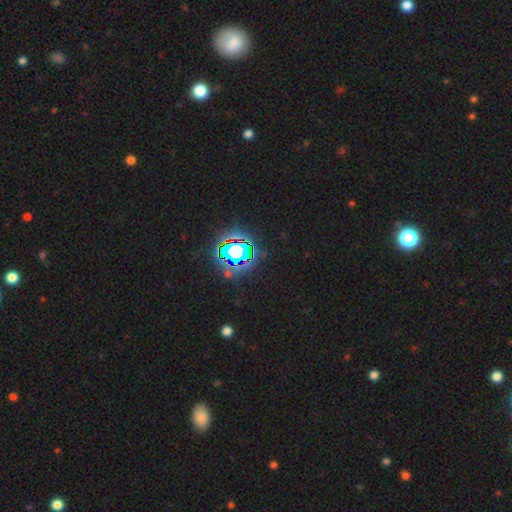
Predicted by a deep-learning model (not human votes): A star or artifact, not a galaxy (83%).